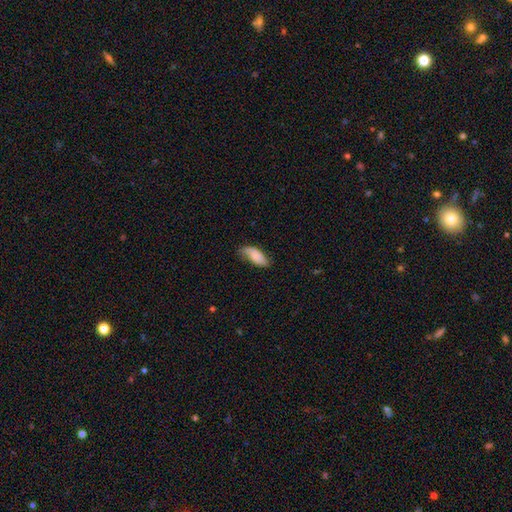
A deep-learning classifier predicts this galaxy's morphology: Q: Smooth or featured?
A: smooth (74%); runner-up: featured or disk (20%)
Q: How rounded?
A: in between (84%); runner-up: cigar-shaped (14%)
Q: Merging?
A: none (54%); runner-up: minor disturbance (34%)